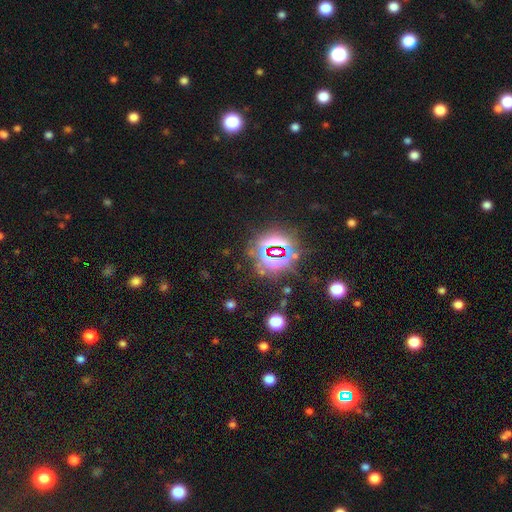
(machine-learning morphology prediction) Overall: star or artifact (81%).